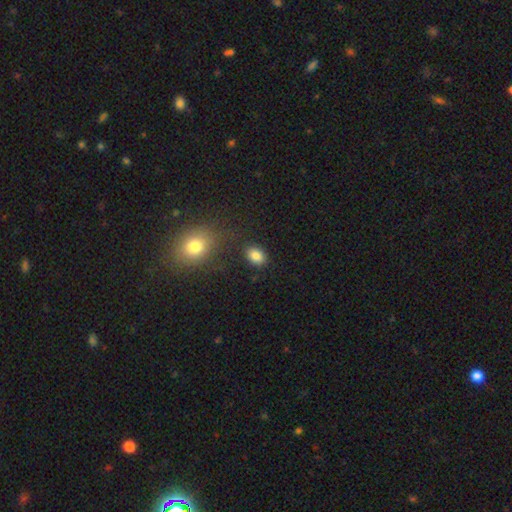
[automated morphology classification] Smooth or featured? smooth (84%)
How rounded? in between (75%)
Merging? none (84%)